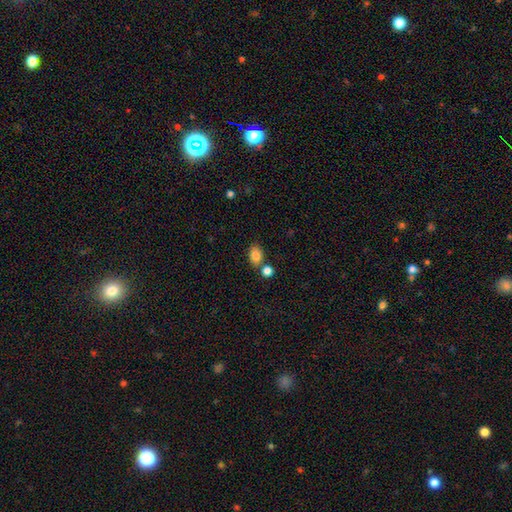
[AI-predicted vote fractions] smooth_or_featured: smooth (p=0.85) [alt: star or artifact p=0.09]
how_rounded: in between (p=0.79) [alt: round p=0.20]
merging: none (p=0.69) [alt: merger p=0.17]